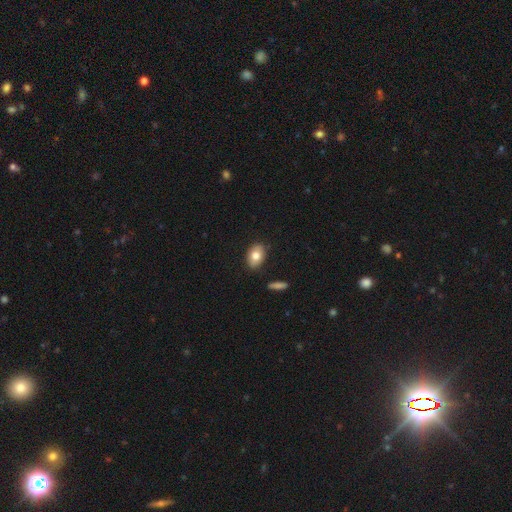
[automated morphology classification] A smooth galaxy with no disk features (80%) that is in between round and cigar-shaped (84%).

Vote fractions:
- Smooth or featured? smooth: 80% / featured or disk: 13% / star or artifact: 7%
- How rounded? in between: 84% / round: 15% / cigar-shaped: 2%
- Merging? none: 84% / minor disturbance: 11% / major disturbance: 2% / merger: 2%